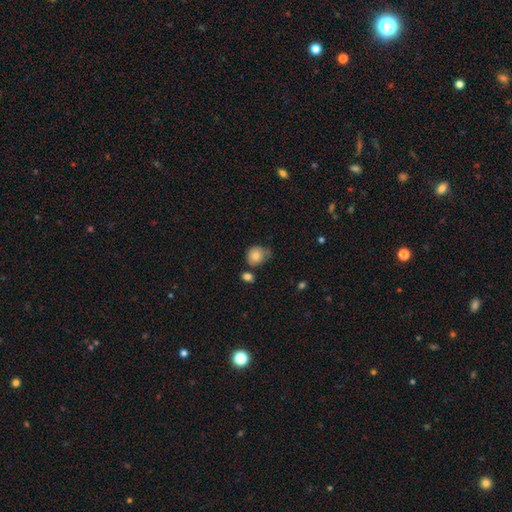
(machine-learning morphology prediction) A smooth galaxy with no disk features (83%) that is round (73%).

Vote fractions:
- Smooth or featured? smooth: 83% / featured or disk: 9% / star or artifact: 8%
- How rounded? round: 73% / in between: 26% / cigar-shaped: 1%
- Merging? none: 48% / minor disturbance: 33% / merger: 10% / major disturbance: 9%